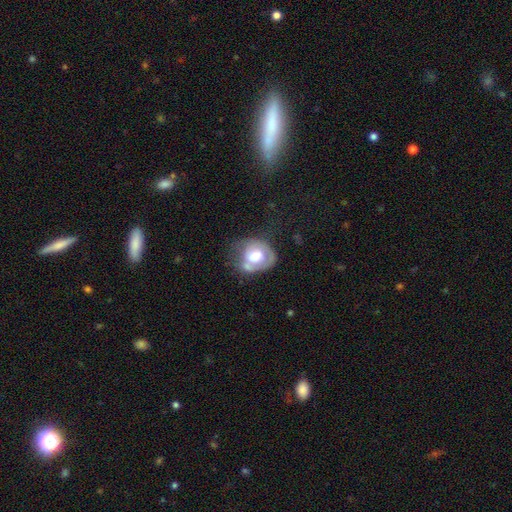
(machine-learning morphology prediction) smooth 49%, featured or disk 44%, star or artifact 8%. Down the decision tree: merging — none (33%).